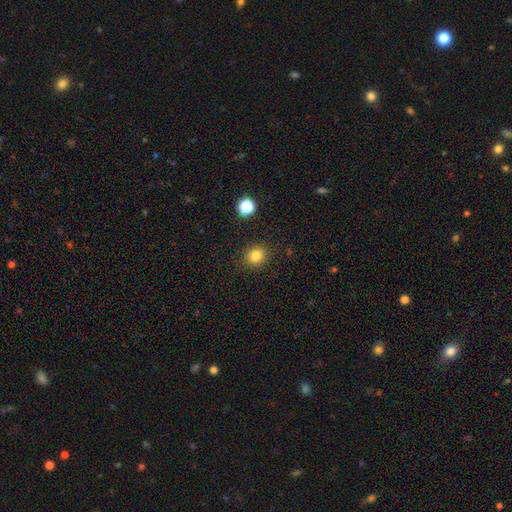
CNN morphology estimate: This appears to be a smooth galaxy with no disk features (82%) that is round (88%). Merging: none (90%).